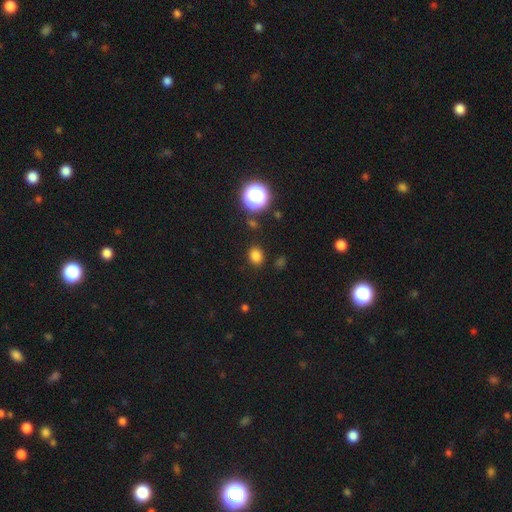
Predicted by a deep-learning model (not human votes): smooth 79%, star or artifact 16%, featured or disk 5%. Down the decision tree: how rounded — round (58%); merging — none (86%).